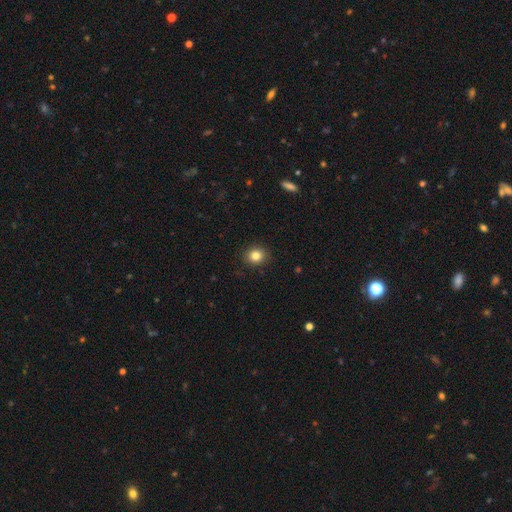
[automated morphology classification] type=smooth (83%); roundness=round (79%); merging=none (90%).